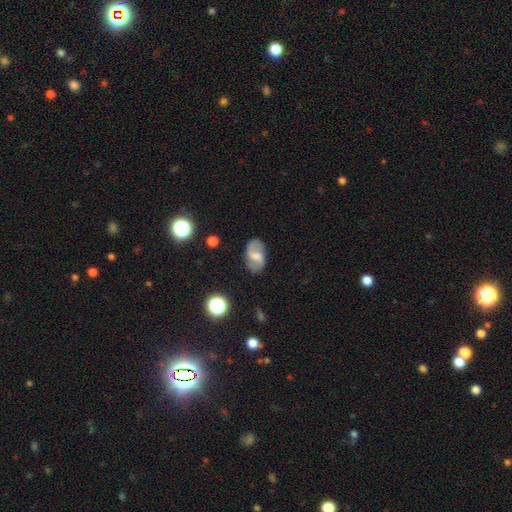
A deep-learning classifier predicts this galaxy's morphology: Smooth or featured?
  - featured or disk: 62% *
  - smooth: 29%
  - star or artifact: 9%
Edge-on disk?
  - no: 96% *
  - yes: 4%
Bar?
  - weak: 54% *
  - no: 23%
  - strong: 23%
Spiral arms?
  - yes: 86% *
  - no: 14%
Spiral winding?
  - medium: 43% *
  - loose: 41%
  - tight: 16%
Spiral arm count?
  - 2: 86% *
  - can't tell: 8%
  - 1: 3%
  - 3: 1%
  - 4: 1%
  - more than 4: 1%
Bulge size?
  - moderate: 37% *
  - small: 28%
  - none: 22%
  - large: 11%
  - dominant: 2%
Merging?
  - none: 78% *
  - minor disturbance: 16%
  - major disturbance: 5%
  - merger: 2%